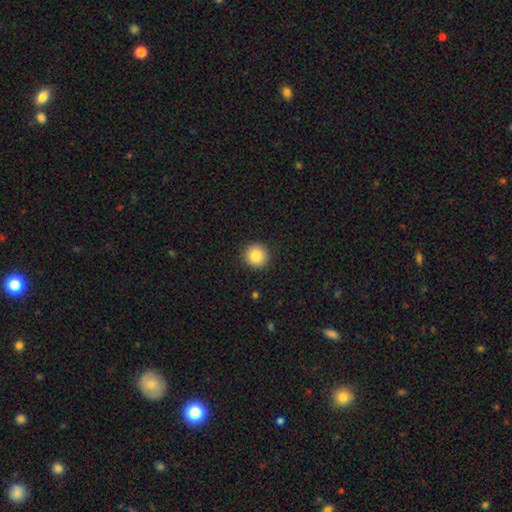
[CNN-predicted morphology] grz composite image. It shows a smooth galaxy with no disk features (85%) that is round (94%). Merging: none (92%).